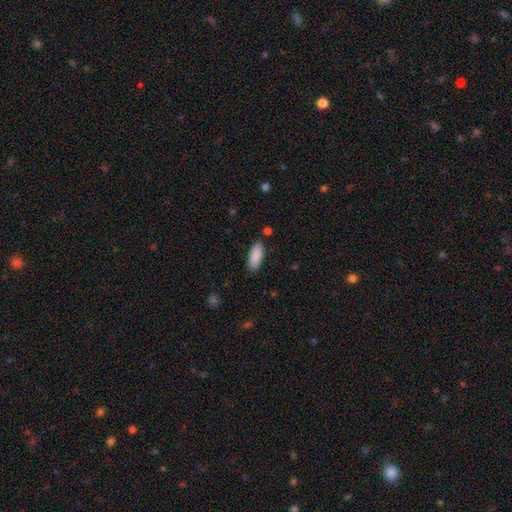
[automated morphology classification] Smooth or featured? smooth (89%)
How rounded? in between (81%)
Merging? none (85%)